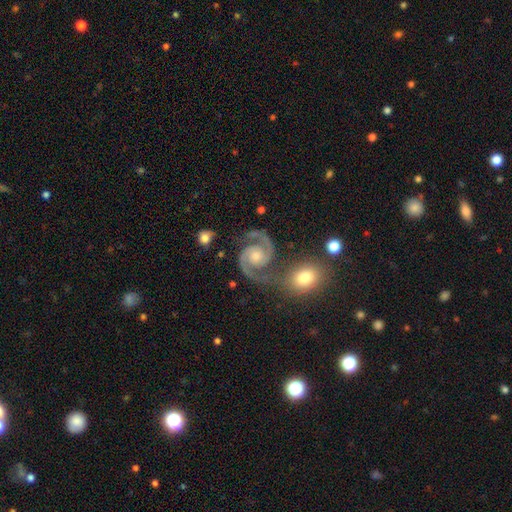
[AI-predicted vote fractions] This appears to be a featured or disk galaxy (93%) with no bar (69%), 2 (94%) medium (58%) spiral arms (99%) and a moderate central bulge (48%). Merging: none (71%).